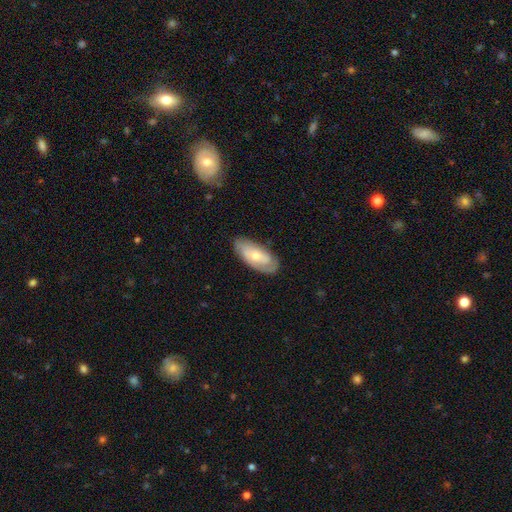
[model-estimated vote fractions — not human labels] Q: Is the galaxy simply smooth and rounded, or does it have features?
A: featured or disk — 52%.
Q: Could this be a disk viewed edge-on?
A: no — 88%.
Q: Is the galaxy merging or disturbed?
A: none — 77%.